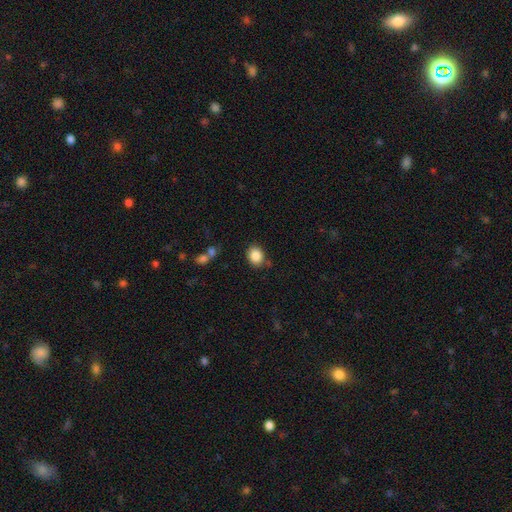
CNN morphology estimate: type=smooth (86%); roundness=round (57%); merging=none (79%).